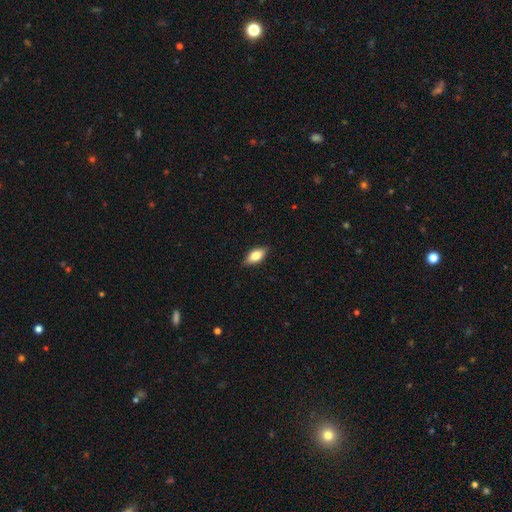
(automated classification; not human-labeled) smooth-or-featured: smooth: 70% | featured or disk: 23% | star or artifact: 7%
  how-rounded: in between: 83% | cigar-shaped: 13% | round: 4%
  merging: none: 86% | minor disturbance: 11% | major disturbance: 2% | merger: 1%